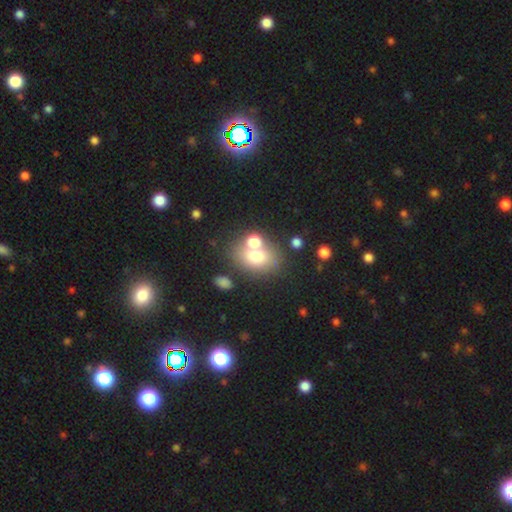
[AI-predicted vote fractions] smooth-or-featured: smooth: 67% | featured or disk: 19% | star or artifact: 15%
  how-rounded: in between: 53% | round: 45% | cigar-shaped: 1%
  merging: none: 51% | merger: 33% | minor disturbance: 11% | major disturbance: 6%